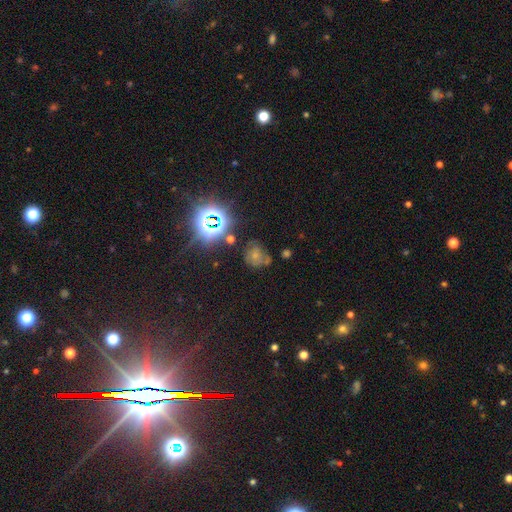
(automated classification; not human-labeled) A smooth galaxy with no disk features (44%). Merging: none (48%).